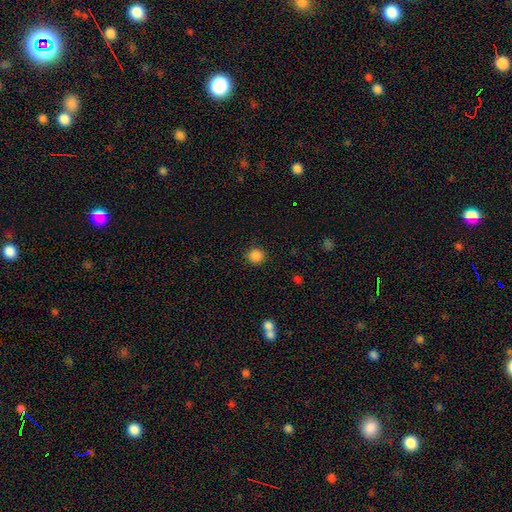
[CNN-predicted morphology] A smooth galaxy with no disk features (86%) that is round (92%). Merging: none (90%).